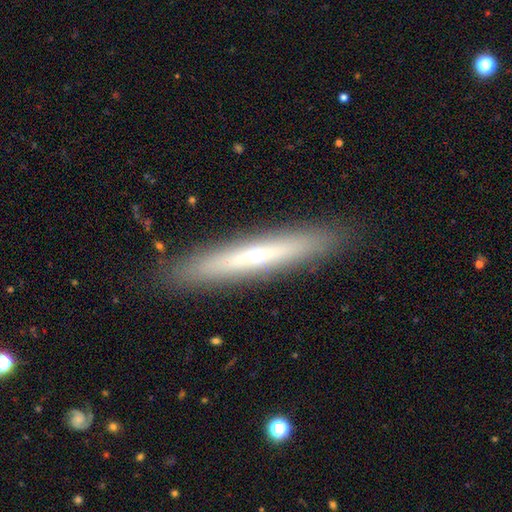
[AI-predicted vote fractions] This is possibly a featured or disk galaxy (58%). It is clearly viewed edge-on (84%). Merging: clearly none (89%).